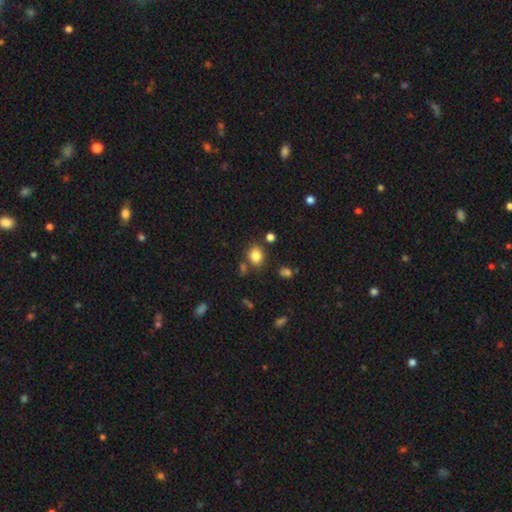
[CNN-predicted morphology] This appears to be a smooth galaxy with no disk features (83%) that is round (59%). Merging: none (76%).